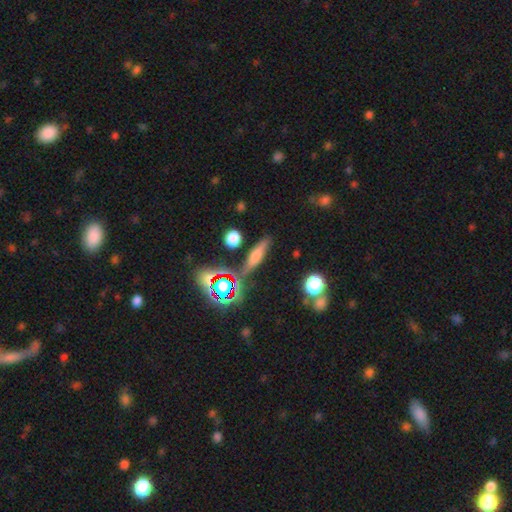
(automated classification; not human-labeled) smooth 49%, featured or disk 33%, star or artifact 18%. Down the decision tree: merging — none (76%).